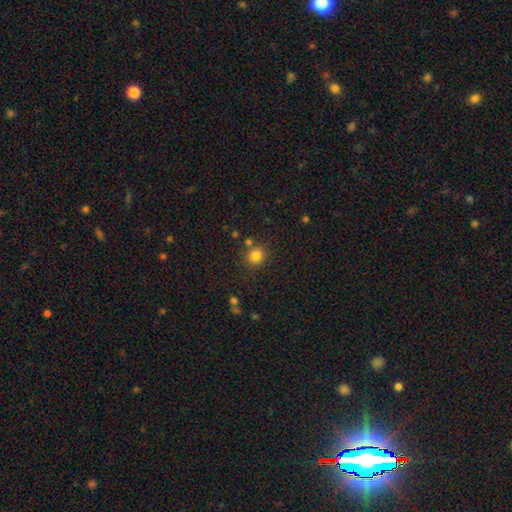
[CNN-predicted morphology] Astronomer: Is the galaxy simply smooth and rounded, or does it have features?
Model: smooth — 81%.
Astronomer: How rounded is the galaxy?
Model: round — 86%.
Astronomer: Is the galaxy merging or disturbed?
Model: none — 79%.